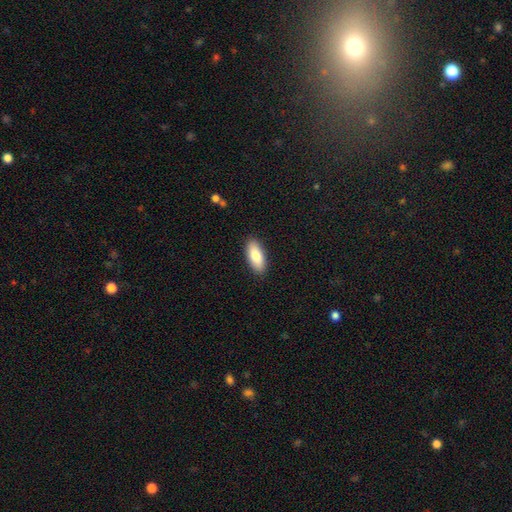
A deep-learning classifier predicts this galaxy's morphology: A smooth galaxy with no disk features (84%) that is in between round and cigar-shaped (85%).

Vote fractions:
- Smooth or featured? smooth: 84% / featured or disk: 10% / star or artifact: 6%
- How rounded? in between: 85% / cigar-shaped: 13% / round: 2%
- Merging? none: 89% / minor disturbance: 8% / major disturbance: 2% / merger: 1%